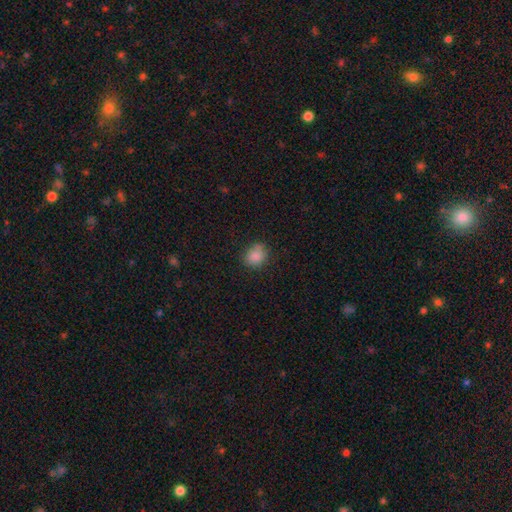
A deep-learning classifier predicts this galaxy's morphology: smooth 85%, star or artifact 10%, featured or disk 5%. Down the decision tree: how rounded — round (64%); merging — none (75%).